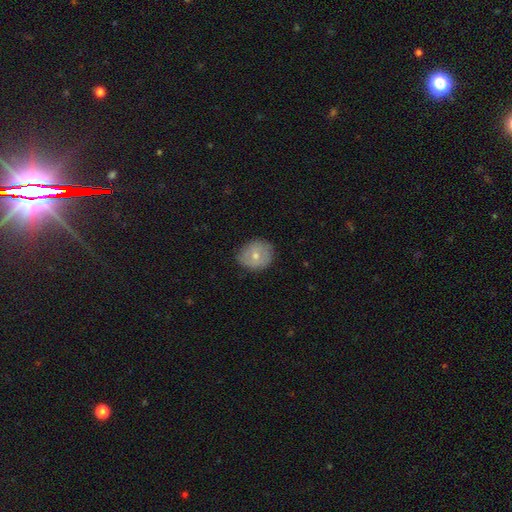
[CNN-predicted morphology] smooth_or_featured: smooth (p=0.60) [alt: featured or disk p=0.32]
how_rounded: round (p=0.75) [alt: in between p=0.24]
merging: none (p=0.76) [alt: minor disturbance p=0.19]